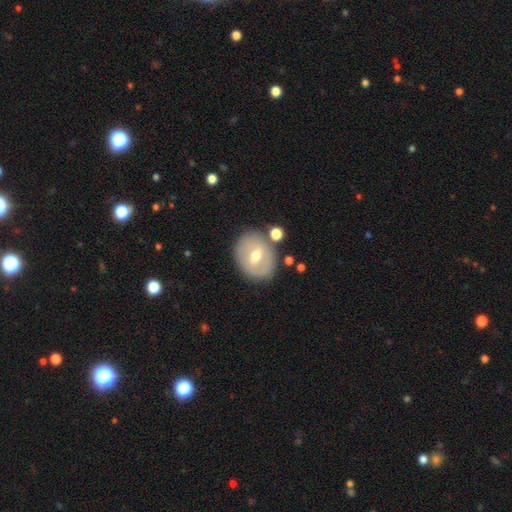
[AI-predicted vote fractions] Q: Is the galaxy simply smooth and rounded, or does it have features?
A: featured or disk — 48%.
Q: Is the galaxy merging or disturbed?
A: none — 77%.